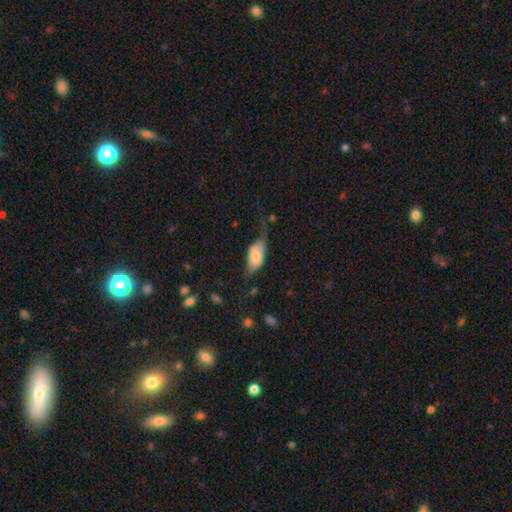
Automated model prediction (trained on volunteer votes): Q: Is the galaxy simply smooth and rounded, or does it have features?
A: smooth — 65%.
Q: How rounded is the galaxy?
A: in between — 91%.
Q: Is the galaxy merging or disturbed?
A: major disturbance — 35%.